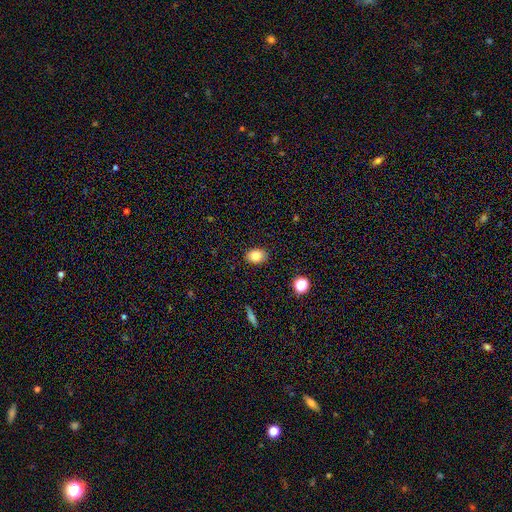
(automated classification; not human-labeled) The model was most divided on "how rounded": in between: 72%, round: 27%, cigar-shaped: 1%. More confident: merging — none (88%); smooth or featured — smooth (82%).